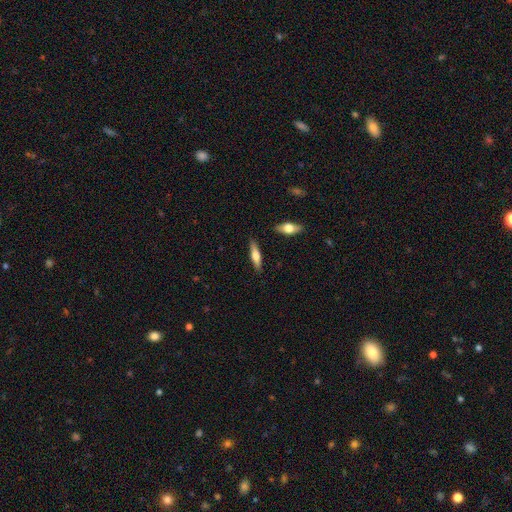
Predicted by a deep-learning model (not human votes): Morphology: type=smooth (53%); roundness=cigar-shaped (70%); merging=none (86%).